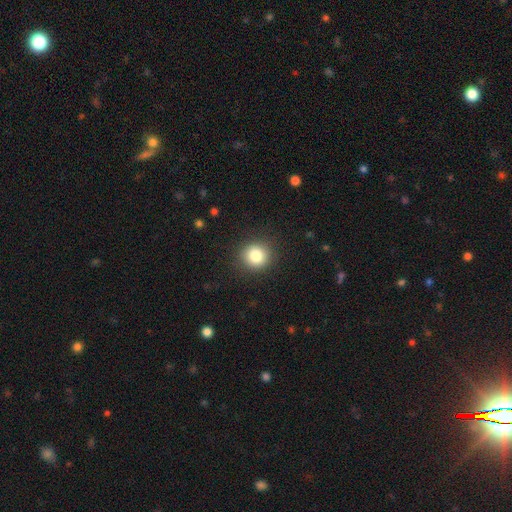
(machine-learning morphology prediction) smooth 83%, star or artifact 10%, featured or disk 7%. Down the decision tree: how rounded — round (87%); merging — none (89%).